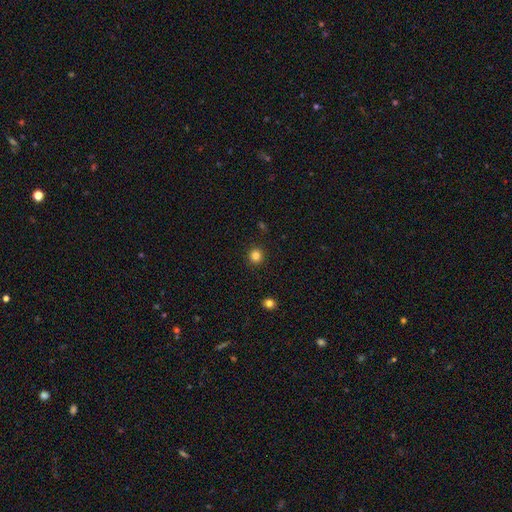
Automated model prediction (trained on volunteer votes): A smooth galaxy with no disk features (83%) that is round (93%). Merging: none (92%).